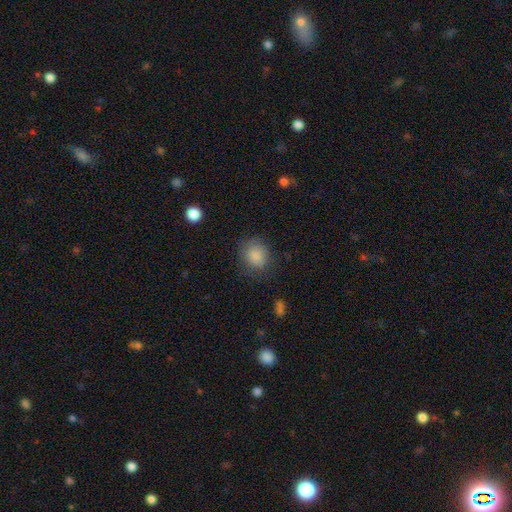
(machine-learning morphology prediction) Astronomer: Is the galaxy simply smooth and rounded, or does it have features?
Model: smooth — 85%.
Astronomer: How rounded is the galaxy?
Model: round — 74%.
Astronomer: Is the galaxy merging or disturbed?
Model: none — 75%.